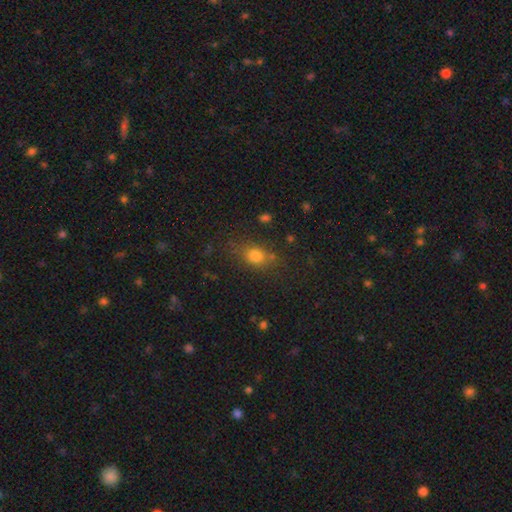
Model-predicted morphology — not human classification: Smooth or featured?
  - smooth: 74% *
  - star or artifact: 17%
  - featured or disk: 10%
How rounded?
  - in between: 51% *
  - round: 45%
  - cigar-shaped: 3%
Merging?
  - none: 75% *
  - minor disturbance: 16%
  - major disturbance: 5%
  - merger: 4%